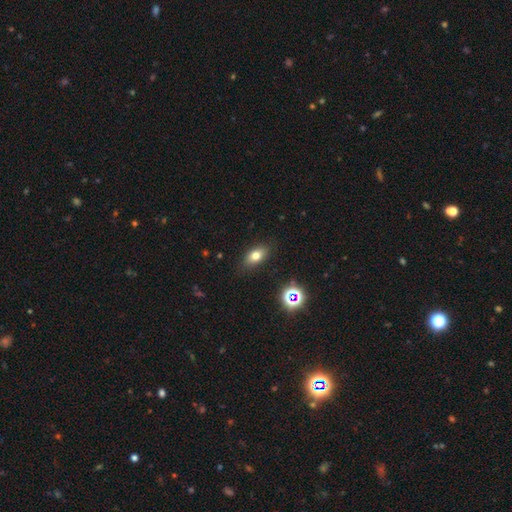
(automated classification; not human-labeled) smooth-or-featured: smooth: 73% | featured or disk: 14% | star or artifact: 13%
  how-rounded: in between: 83% | round: 11% | cigar-shaped: 6%
  merging: none: 85% | minor disturbance: 11% | major disturbance: 3% | merger: 1%